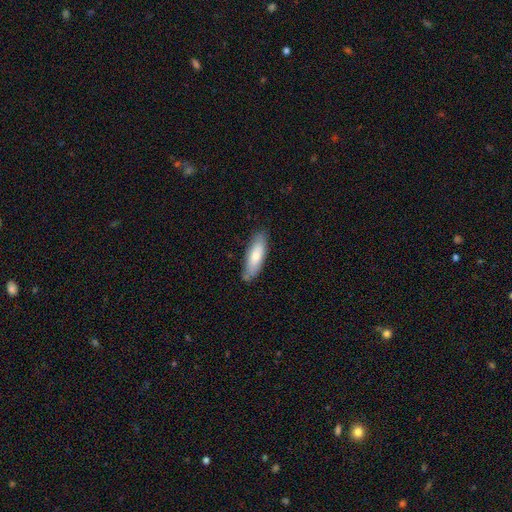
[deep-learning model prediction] This is likely a smooth galaxy (77%). How rounded: possibly in between (51%). Merging: likely none (79%).